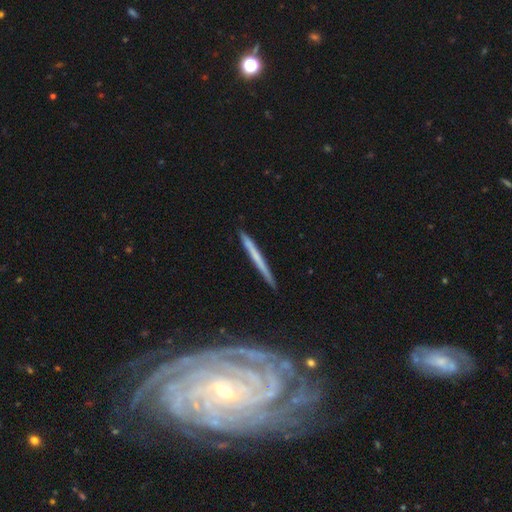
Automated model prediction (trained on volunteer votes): A featured or disk galaxy (51%) viewed edge-on (91%). Merging: none (86%).